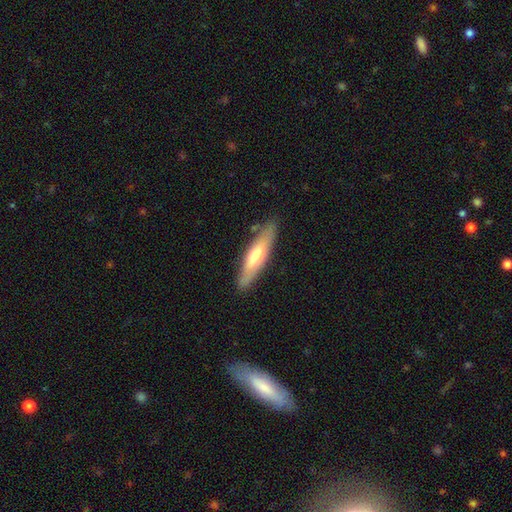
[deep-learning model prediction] smooth-or-featured: smooth: 53% | featured or disk: 41% | star or artifact: 6%
  how-rounded: cigar-shaped: 76% | in between: 23% | round: 1%
  merging: none: 83% | minor disturbance: 13% | major disturbance: 3% | merger: 2%